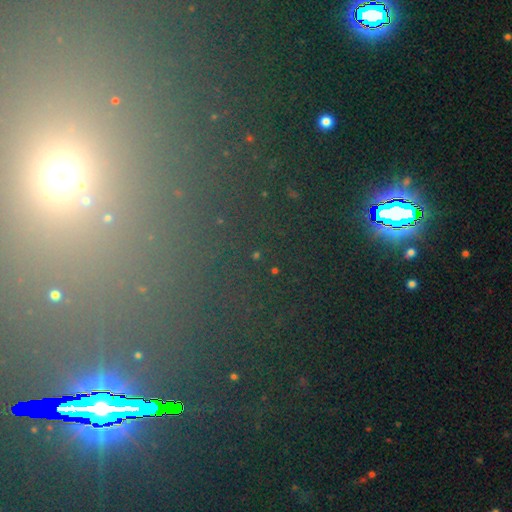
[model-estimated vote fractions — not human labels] smooth_or_featured: star or artifact (p=0.70) [alt: smooth p=0.20]